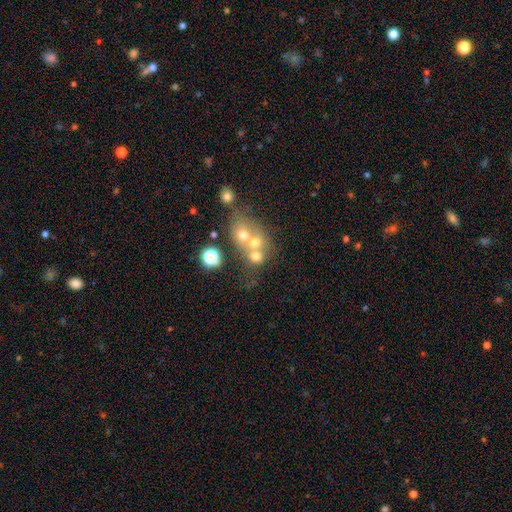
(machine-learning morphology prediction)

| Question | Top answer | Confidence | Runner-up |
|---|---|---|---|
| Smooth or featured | smooth | 57% | featured or disk (24%) |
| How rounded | round | 70% | in between (28%) |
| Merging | merger | 56% | none (31%) |